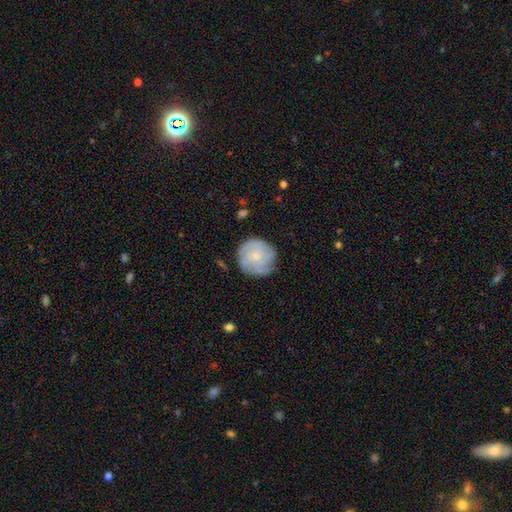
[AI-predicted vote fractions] Morphology: type=featured or disk (59%); edge-on=no (98%); bar=no (76%); spiral arms=yes (90%); winding=tight (60%); arm count=can't tell (33%); bulge=small (64%); merging=none (77%).